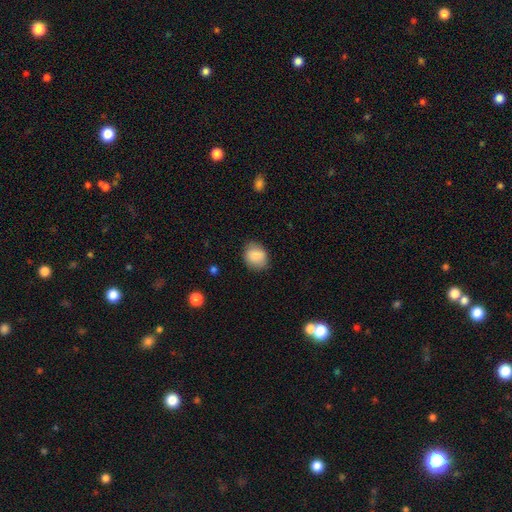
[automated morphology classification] smooth-or-featured: smooth: 86% | star or artifact: 8% | featured or disk: 7%
  how-rounded: round: 57% | in between: 42% | cigar-shaped: 1%
  merging: none: 79% | minor disturbance: 16% | major disturbance: 4% | merger: 1%